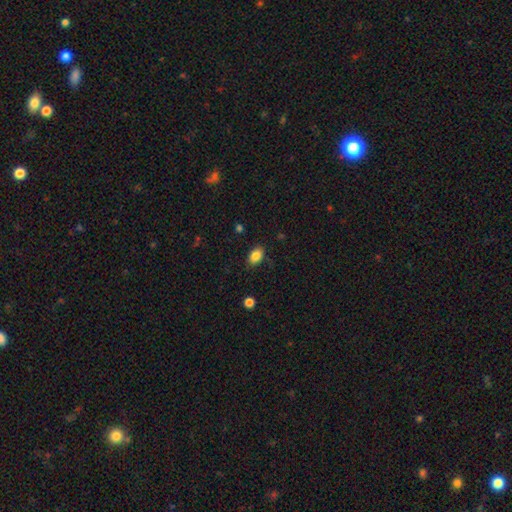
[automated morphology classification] smooth 85%, star or artifact 9%, featured or disk 6%. Down the decision tree: how rounded — in between (84%); merging — none (83%).